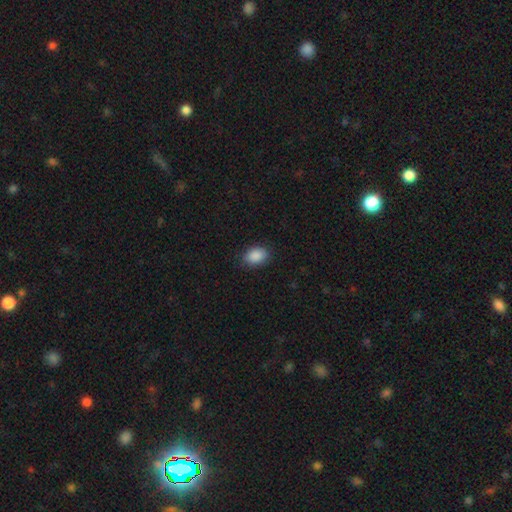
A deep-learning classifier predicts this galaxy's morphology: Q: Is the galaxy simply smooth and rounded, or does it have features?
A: smooth — 90%.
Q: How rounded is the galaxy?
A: in between — 83%.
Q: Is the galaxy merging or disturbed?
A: none — 86%.